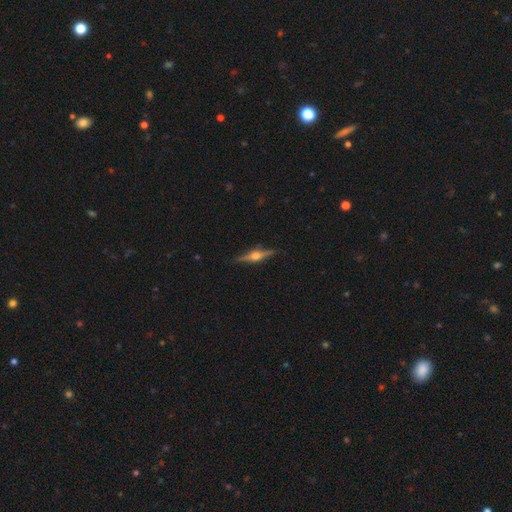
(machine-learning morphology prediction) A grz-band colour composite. It shows a featured or disk galaxy (79%) viewed edge-on (98%) with a rounded central bulge (93%). Merging: none (89%).